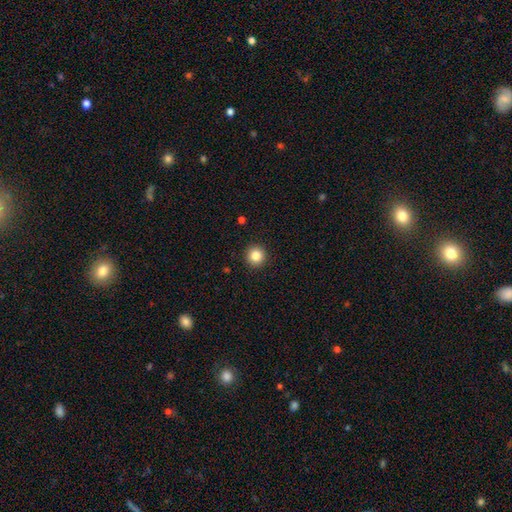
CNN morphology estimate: smooth-or-featured: smooth: 85% | star or artifact: 10% | featured or disk: 5%
  how-rounded: round: 95% | in between: 4% | cigar-shaped: 1%
  merging: none: 93% | minor disturbance: 5% | major disturbance: 2% | merger: 1%